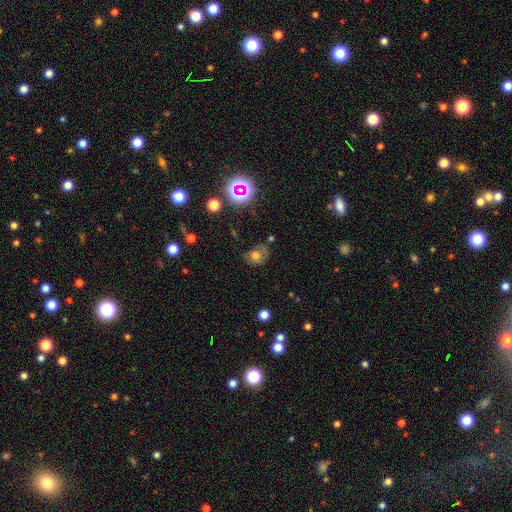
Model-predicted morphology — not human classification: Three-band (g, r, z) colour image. It shows a smooth galaxy with no disk features (56%) that is round (58%). Merging: none (48%).